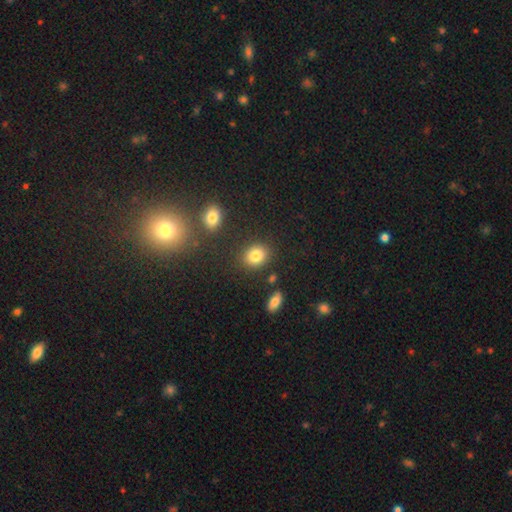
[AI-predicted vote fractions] Smooth or featured? Predicted: smooth (p=0.83). How rounded? Predicted: round (p=0.55). Merging? Predicted: none (p=0.83).